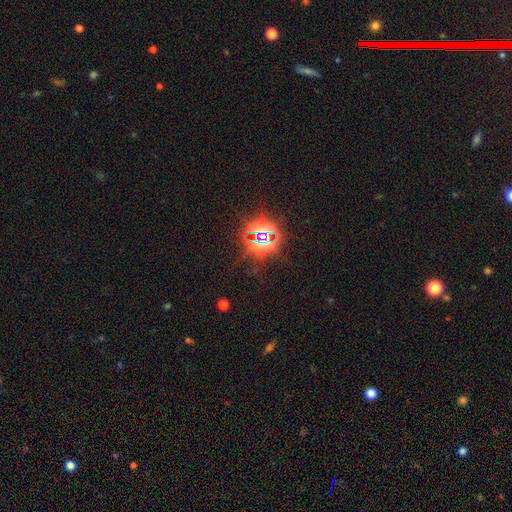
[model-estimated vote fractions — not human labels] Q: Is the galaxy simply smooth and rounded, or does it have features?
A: star or artifact — 81%.